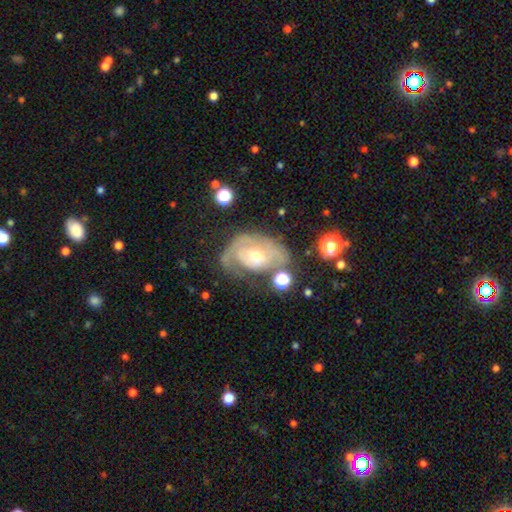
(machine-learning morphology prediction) Smooth or featured?
  - featured or disk: 75% *
  - smooth: 17%
  - star or artifact: 7%
Edge-on disk?
  - no: 96% *
  - yes: 4%
Bar?
  - no: 67% *
  - weak: 27%
  - strong: 6%
Spiral arms?
  - yes: 82% *
  - no: 18%
Spiral winding?
  - tight: 60% *
  - medium: 29%
  - loose: 11%
Spiral arm count?
  - can't tell: 34% *
  - 2: 29%
  - 1: 28%
  - 3: 5%
  - 4: 2%
  - more than 4: 2%
Bulge size?
  - moderate: 47% *
  - small: 44%
  - large: 5%
  - none: 3%
  - dominant: 1%
Merging?
  - none: 46% *
  - minor disturbance: 25%
  - major disturbance: 22%
  - merger: 7%